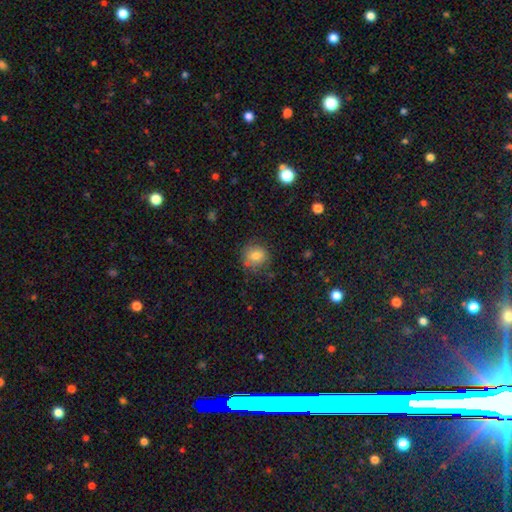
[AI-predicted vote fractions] smooth-or-featured: smooth: 79% | star or artifact: 11% | featured or disk: 10%
  how-rounded: round: 86% | in between: 13% | cigar-shaped: 1%
  merging: none: 76% | minor disturbance: 17% | major disturbance: 5% | merger: 2%